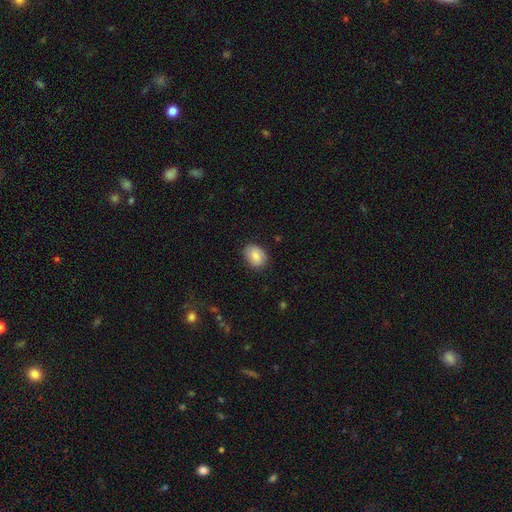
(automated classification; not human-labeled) This appears to be a smooth galaxy with no disk features (78%) that is in between round and cigar-shaped (74%). Merging: none (81%).